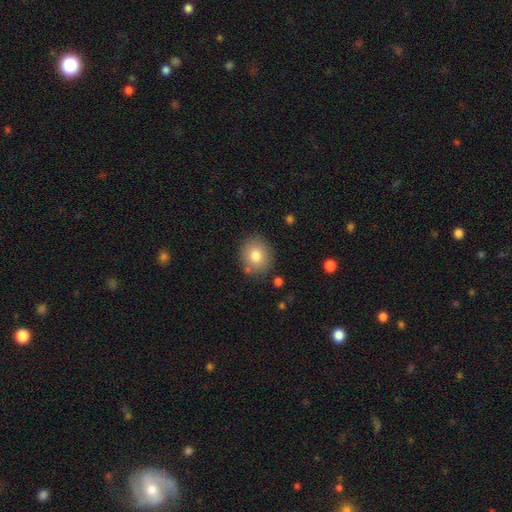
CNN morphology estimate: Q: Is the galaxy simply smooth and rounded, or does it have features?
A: smooth — 78%.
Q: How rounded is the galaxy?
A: round — 80%.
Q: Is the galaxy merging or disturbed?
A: none — 84%.